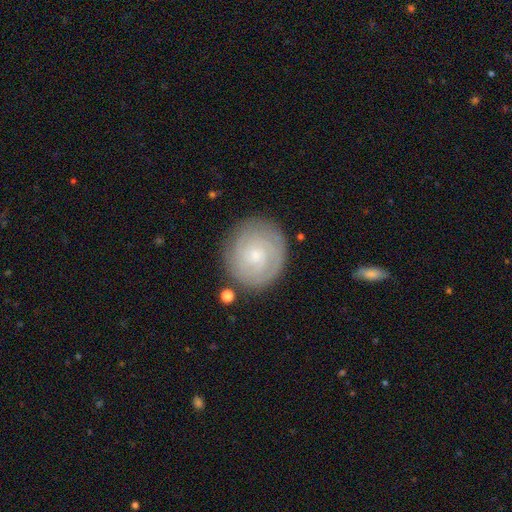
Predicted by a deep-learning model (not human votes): Q: Smooth or featured?
A: featured or disk (74%); runner-up: smooth (20%)
Q: Edge-on disk?
A: no (98%); runner-up: yes (2%)
Q: Bar?
A: no (72%); runner-up: weak (25%)
Q: Spiral arms?
A: yes (95%); runner-up: no (5%)
Q: Spiral winding?
A: tight (82%); runner-up: medium (15%)
Q: Spiral arm count?
A: can't tell (30%); runner-up: 2 (29%)
Q: Bulge size?
A: small (69%); runner-up: moderate (24%)
Q: Merging?
A: none (84%); runner-up: minor disturbance (11%)